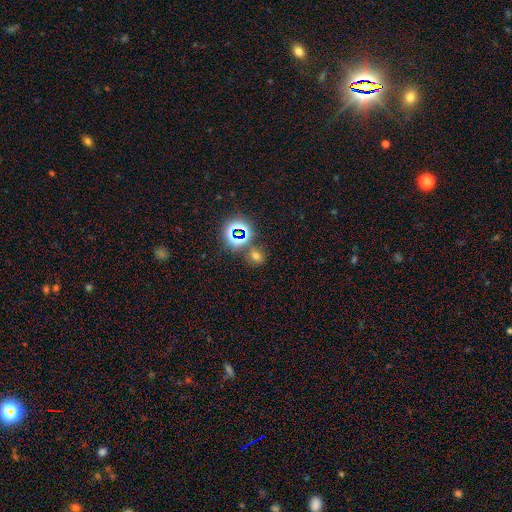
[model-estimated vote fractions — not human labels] smooth_or_featured: smooth (p=0.52) [alt: star or artifact p=0.39]
how_rounded: round (p=0.59) [alt: in between p=0.39]
merging: none (p=0.74) [alt: merger p=0.11]